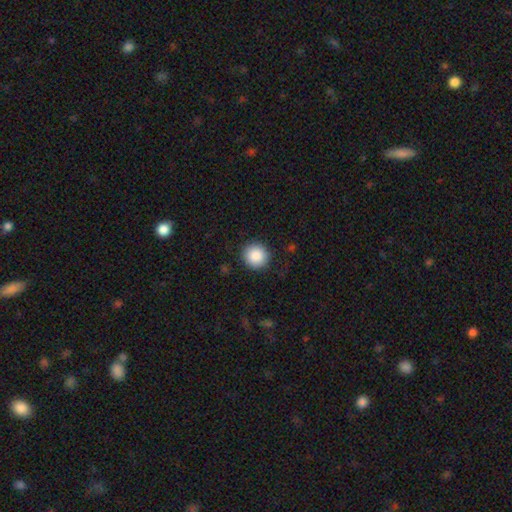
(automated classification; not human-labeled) smooth 88%, star or artifact 8%, featured or disk 4%. Down the decision tree: how rounded — round (94%); merging — none (89%).